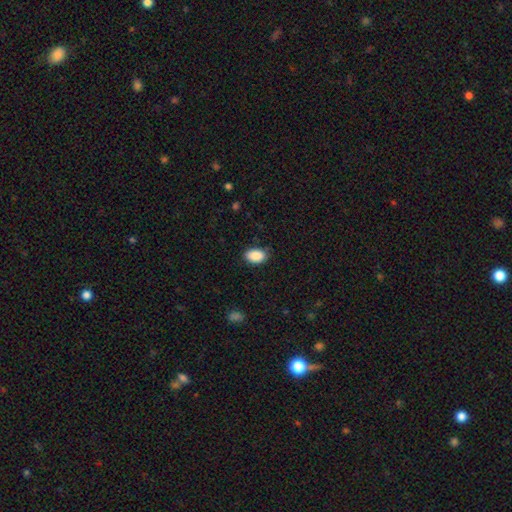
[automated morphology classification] Smooth or featured?
  - smooth: 89% *
  - star or artifact: 7%
  - featured or disk: 4%
How rounded?
  - in between: 90% *
  - round: 9%
  - cigar-shaped: 1%
Merging?
  - none: 83% *
  - minor disturbance: 13%
  - major disturbance: 3%
  - merger: 1%